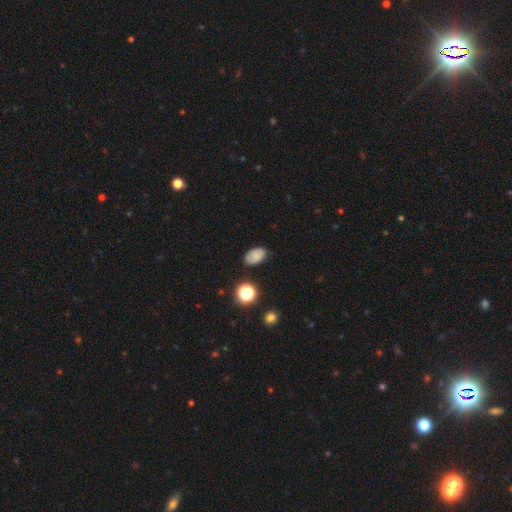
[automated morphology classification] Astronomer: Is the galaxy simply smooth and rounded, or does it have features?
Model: smooth — 76%.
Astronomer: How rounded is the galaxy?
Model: in between — 89%.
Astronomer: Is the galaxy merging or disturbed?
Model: none — 80%.